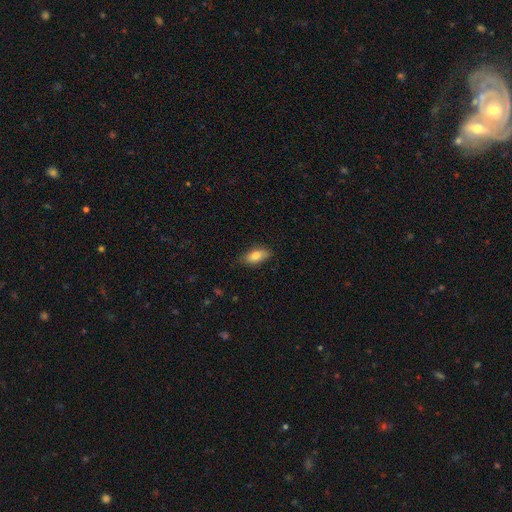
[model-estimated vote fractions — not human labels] Overall: smooth (79%). How rounded: in between (88%). Merging: none (78%).